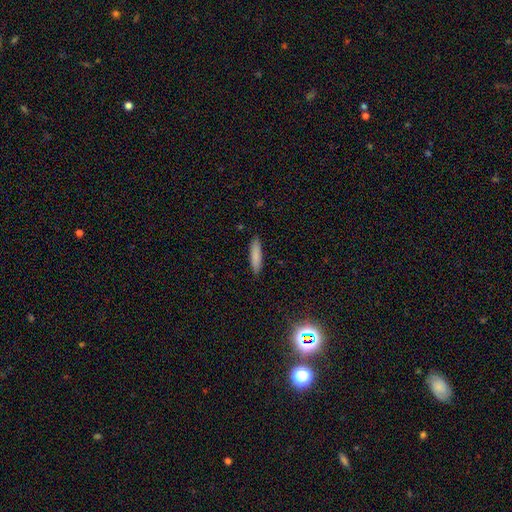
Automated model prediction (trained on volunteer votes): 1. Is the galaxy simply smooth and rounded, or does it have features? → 83% smooth, 10% featured or disk, 7% star or artifact.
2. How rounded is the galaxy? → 80% cigar-shaped, 18% in between, 1% round.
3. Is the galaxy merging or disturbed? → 88% none, 9% minor disturbance, 2% major disturbance, 1% merger.